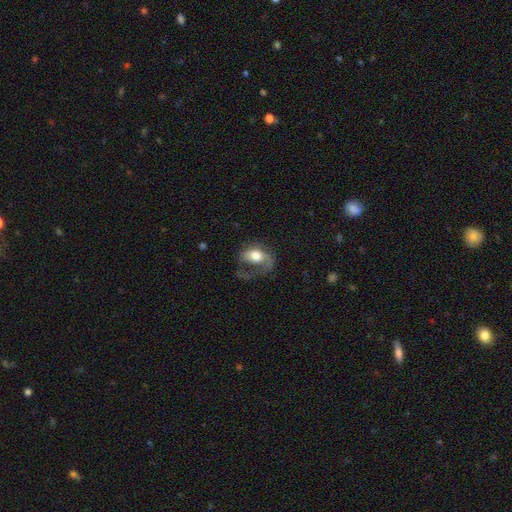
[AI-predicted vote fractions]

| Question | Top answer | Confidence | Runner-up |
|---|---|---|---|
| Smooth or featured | featured or disk | 50% | smooth (43%) |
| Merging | major disturbance | 50% | none (27%) |